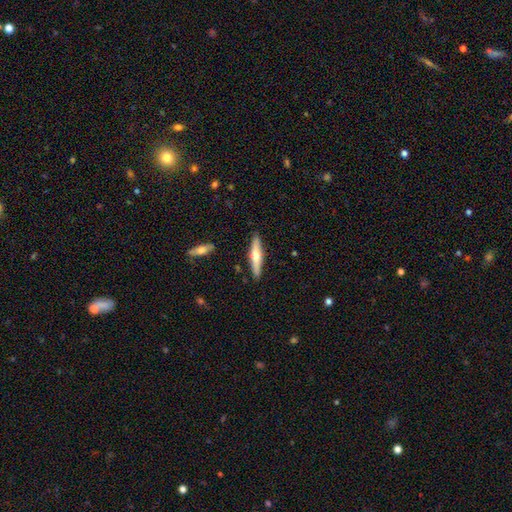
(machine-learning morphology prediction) featured or disk 49%, smooth 45%, star or artifact 6%. Down the decision tree: merging — none (88%).